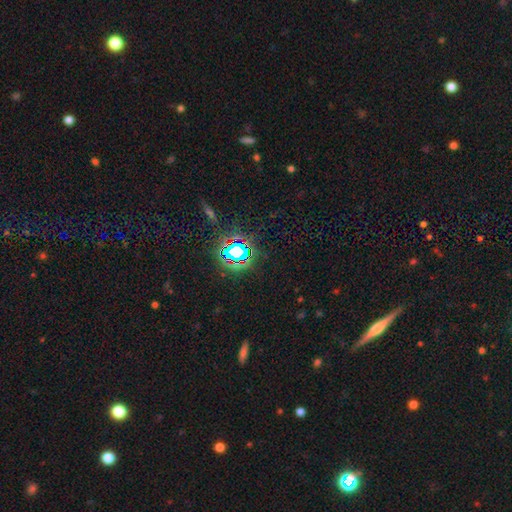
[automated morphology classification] smooth-or-featured: star or artifact: 71% | smooth: 17% | featured or disk: 12%